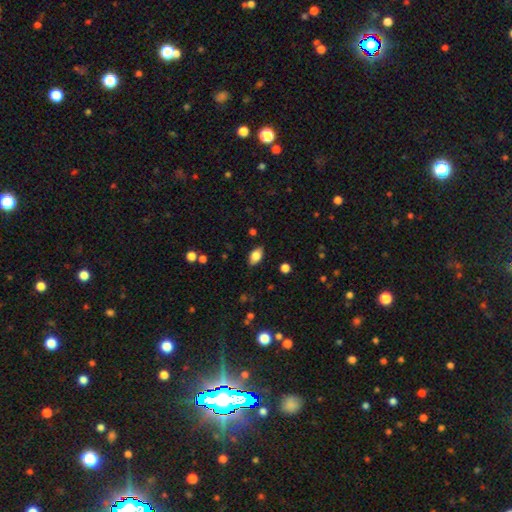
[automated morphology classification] Q: Smooth or featured?
A: smooth (81%); runner-up: featured or disk (11%)
Q: How rounded?
A: in between (90%); runner-up: round (7%)
Q: Merging?
A: none (86%); runner-up: minor disturbance (11%)